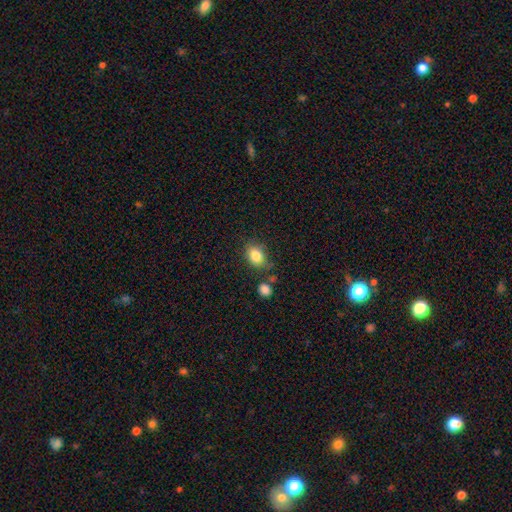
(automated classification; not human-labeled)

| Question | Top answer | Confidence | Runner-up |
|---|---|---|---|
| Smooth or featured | smooth | 83% | star or artifact (9%) |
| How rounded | in between | 68% | round (31%) |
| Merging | none | 70% | minor disturbance (17%) |